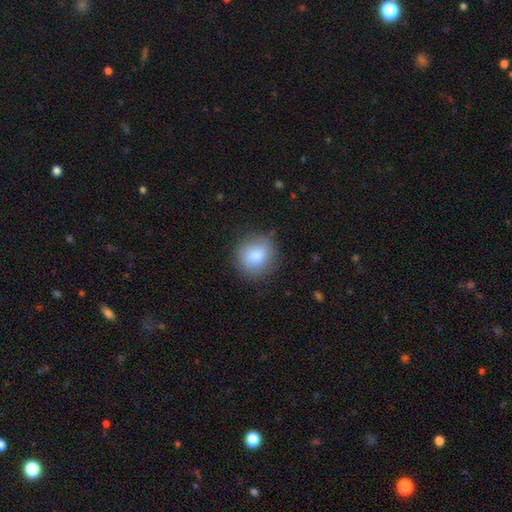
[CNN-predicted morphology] Smooth or featured? smooth (81%)
How rounded? round (84%)
Merging? none (85%)